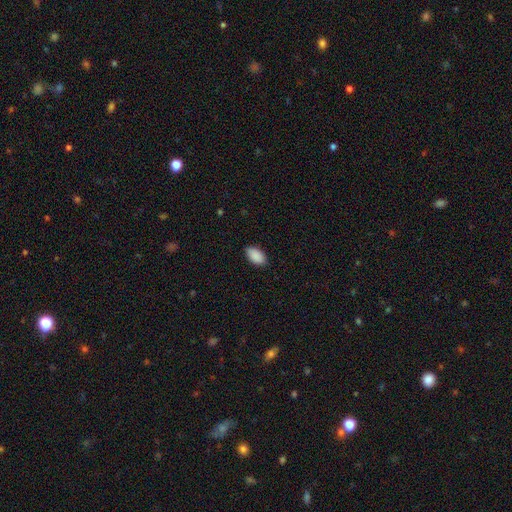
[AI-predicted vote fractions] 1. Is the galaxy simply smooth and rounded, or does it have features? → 91% smooth, 7% star or artifact, 3% featured or disk.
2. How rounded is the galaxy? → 95% in between, 4% round, 2% cigar-shaped.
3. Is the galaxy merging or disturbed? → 86% none, 11% minor disturbance, 2% major disturbance, 1% merger.